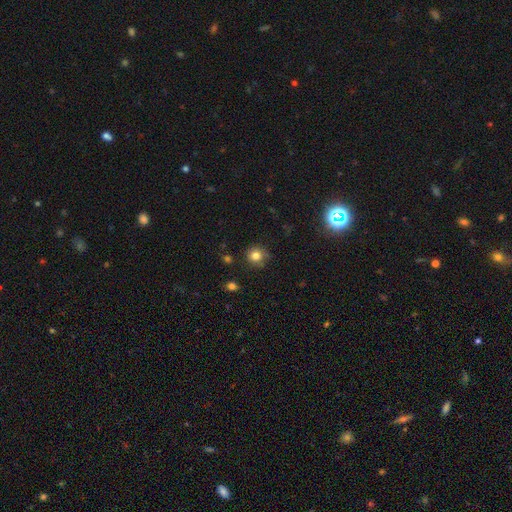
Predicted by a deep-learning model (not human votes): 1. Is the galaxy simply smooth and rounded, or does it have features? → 81% smooth, 13% star or artifact, 6% featured or disk.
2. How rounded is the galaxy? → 90% round, 9% in between, 1% cigar-shaped.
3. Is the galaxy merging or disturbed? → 77% none, 17% minor disturbance, 4% major disturbance, 3% merger.